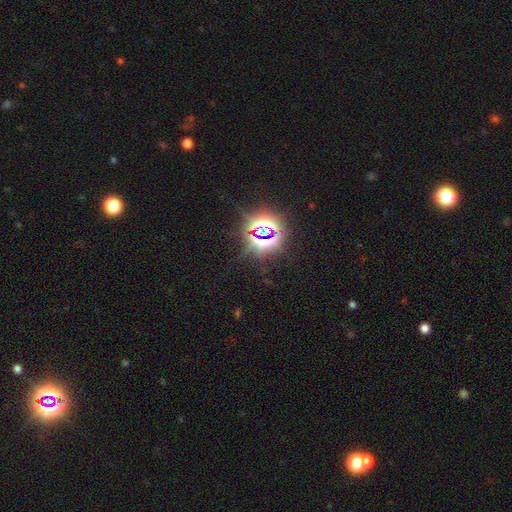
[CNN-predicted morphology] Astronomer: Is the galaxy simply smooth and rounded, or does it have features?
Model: star or artifact — 80%.